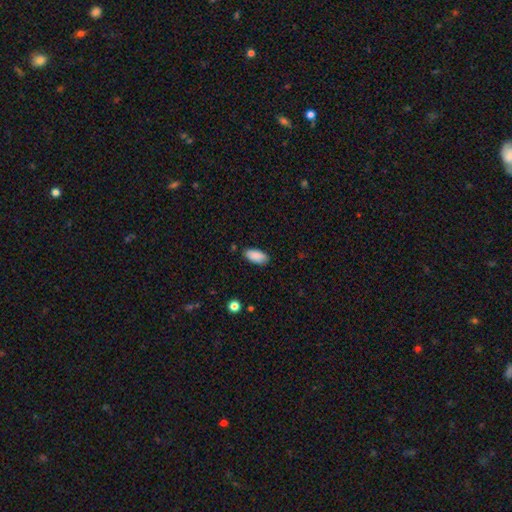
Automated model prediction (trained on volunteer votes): This appears to be a smooth galaxy with no disk features (88%) that is in between round and cigar-shaped (90%). Merging: none (84%).